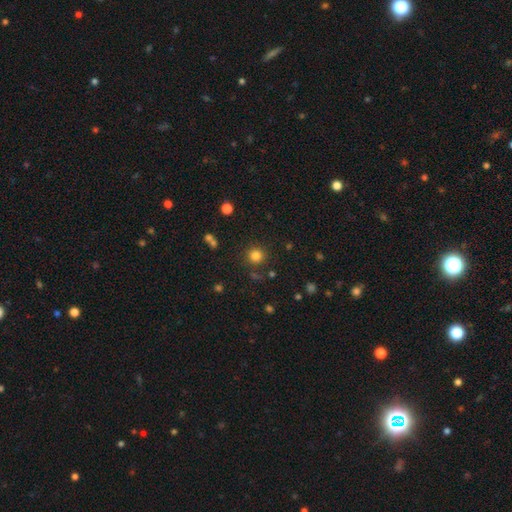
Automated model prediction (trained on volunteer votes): smooth-or-featured: smooth: 81% | star or artifact: 14% | featured or disk: 5%
  how-rounded: round: 93% | in between: 6% | cigar-shaped: 1%
  merging: none: 84% | minor disturbance: 8% | merger: 4% | major disturbance: 3%